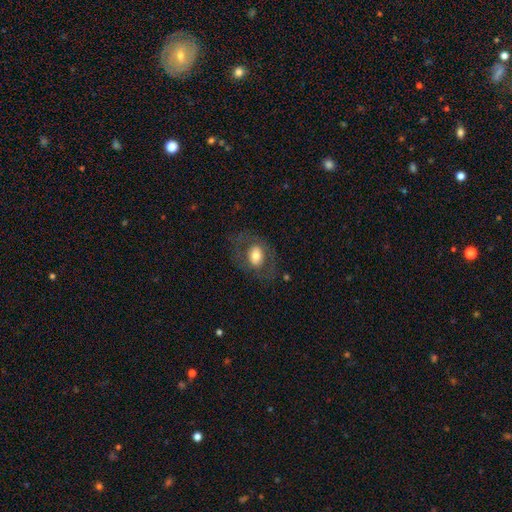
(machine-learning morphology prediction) smooth_or_featured: smooth (p=0.61) [alt: featured or disk p=0.32]
how_rounded: in between (p=0.68) [alt: round p=0.30]
merging: none (p=0.68) [alt: minor disturbance p=0.16]